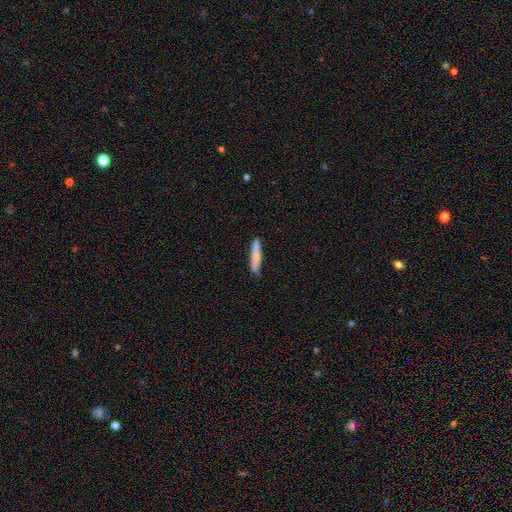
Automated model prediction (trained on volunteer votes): A smooth galaxy with no disk features (72%) that is cigar-shaped (89%). Merging: none (82%).